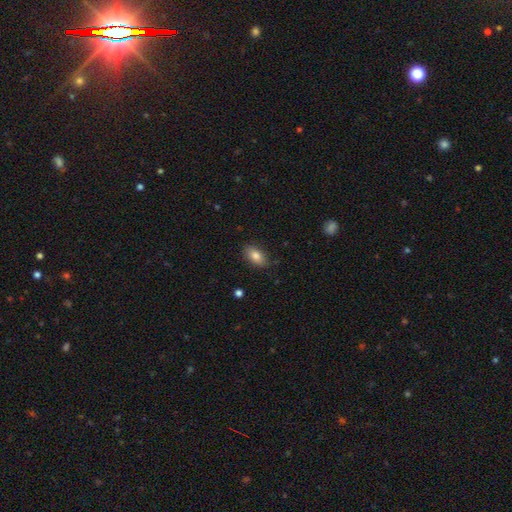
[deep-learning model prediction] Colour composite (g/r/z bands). It shows a smooth galaxy with no disk features (83%) that is in between round and cigar-shaped (90%). Merging: none (85%).